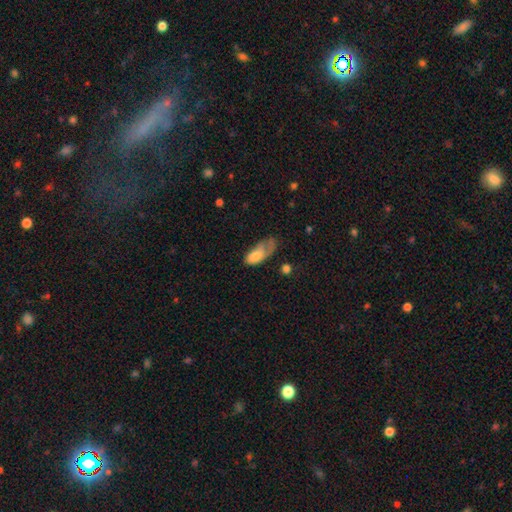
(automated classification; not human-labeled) Smooth or featured?
  - smooth: 69% *
  - featured or disk: 24%
  - star or artifact: 7%
How rounded?
  - in between: 88% *
  - cigar-shaped: 8%
  - round: 4%
Merging?
  - major disturbance: 45% *
  - minor disturbance: 29%
  - none: 21%
  - merger: 5%